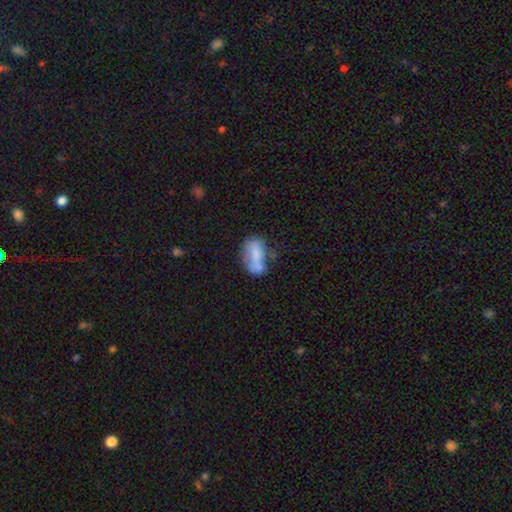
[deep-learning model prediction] The model was most divided on "merging": merger: 35%, none: 28%, minor disturbance: 21%, major disturbance: 16%. More confident: how rounded — in between (85%); smooth or featured — smooth (63%).